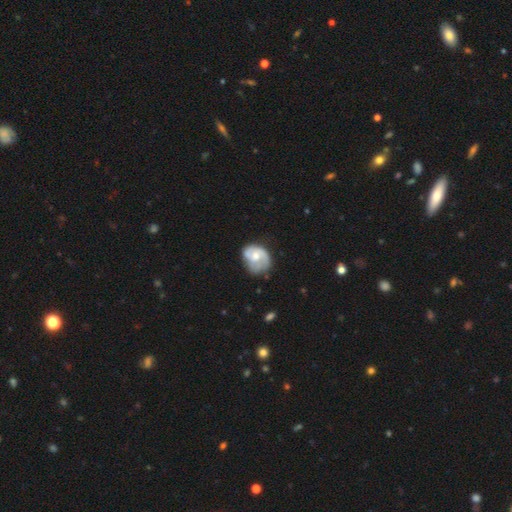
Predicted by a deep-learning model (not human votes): Overall: featured or disk (60%; smooth 34%). Edge-on disk: no (98%). Bar: no (71%). Spiral arms: yes (72%). Bulge size: moderate (58%; small 30%). Merging: none (47%; minor disturbance 30%).